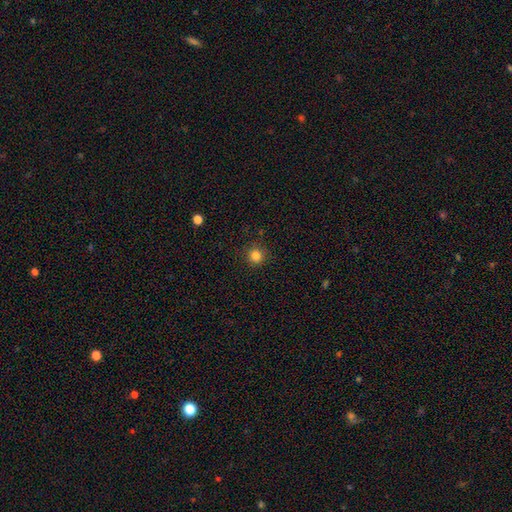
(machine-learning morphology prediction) Smooth or featured?
  - smooth: 83% *
  - star or artifact: 13%
  - featured or disk: 4%
How rounded?
  - round: 94% *
  - in between: 5%
  - cigar-shaped: 1%
Merging?
  - none: 90% *
  - minor disturbance: 7%
  - major disturbance: 2%
  - merger: 1%